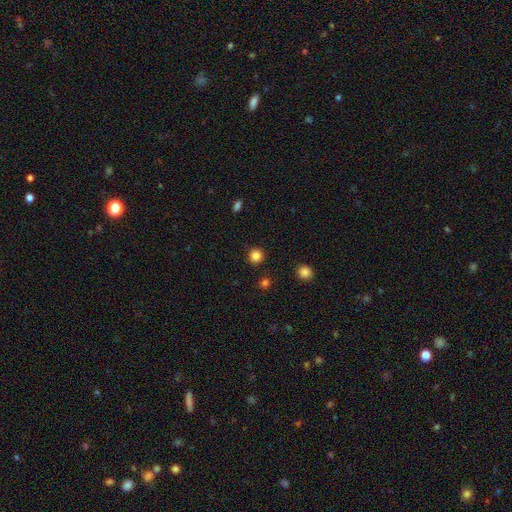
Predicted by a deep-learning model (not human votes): Morphology: type=smooth (84%); roundness=round (94%); merging=none (91%).